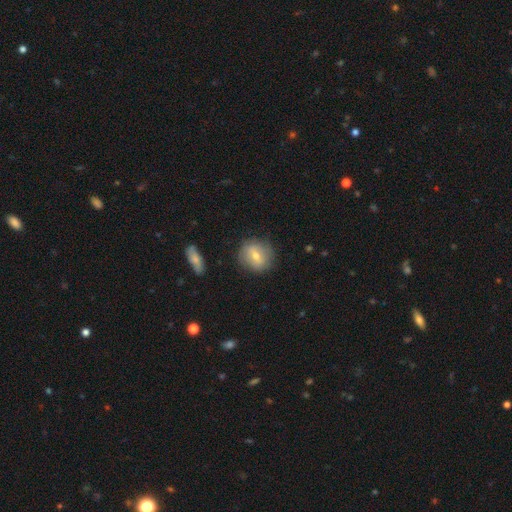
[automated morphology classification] This appears to be a smooth galaxy with no disk features (64%) that is round (81%). Merging: none (82%).